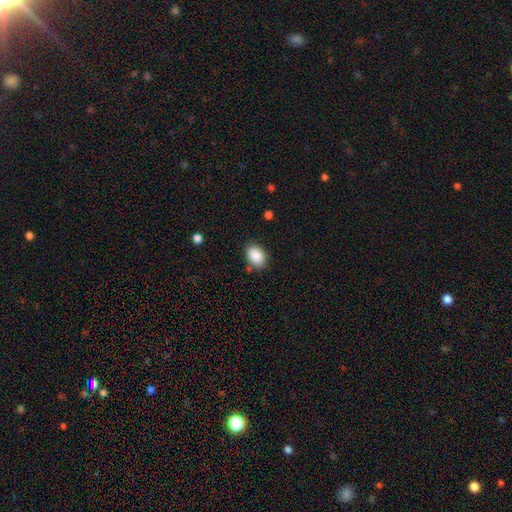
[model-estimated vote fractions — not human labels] smooth-or-featured: smooth: 88% | star or artifact: 8% | featured or disk: 4%
  how-rounded: in between: 82% | round: 17% | cigar-shaped: 1%
  merging: none: 82% | minor disturbance: 13% | major disturbance: 3% | merger: 3%